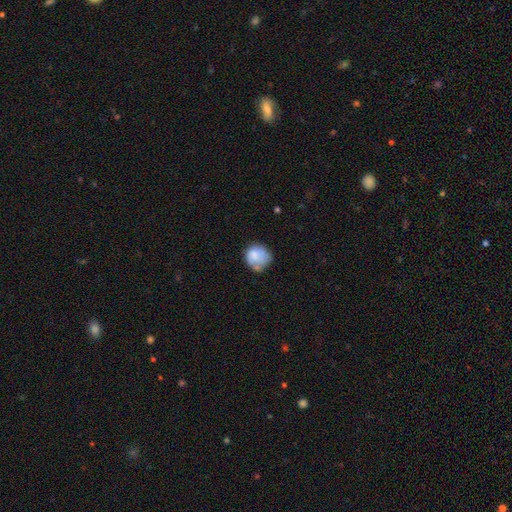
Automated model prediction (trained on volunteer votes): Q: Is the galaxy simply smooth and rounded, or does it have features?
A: smooth — 74%.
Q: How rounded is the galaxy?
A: round — 82%.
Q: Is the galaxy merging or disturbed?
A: none — 50%.